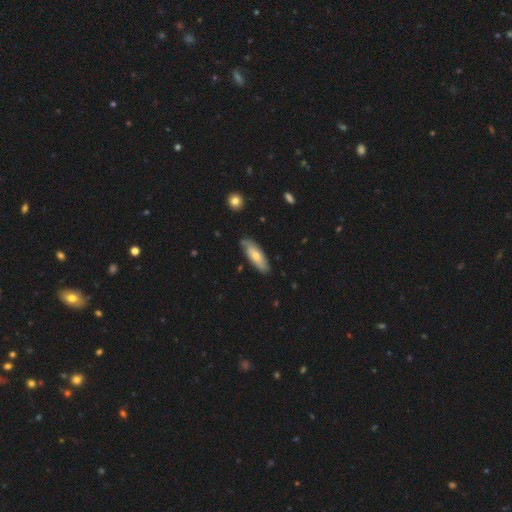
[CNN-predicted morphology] smooth 57%, featured or disk 38%, star or artifact 6%. Down the decision tree: how rounded — in between (59%); merging — none (79%).